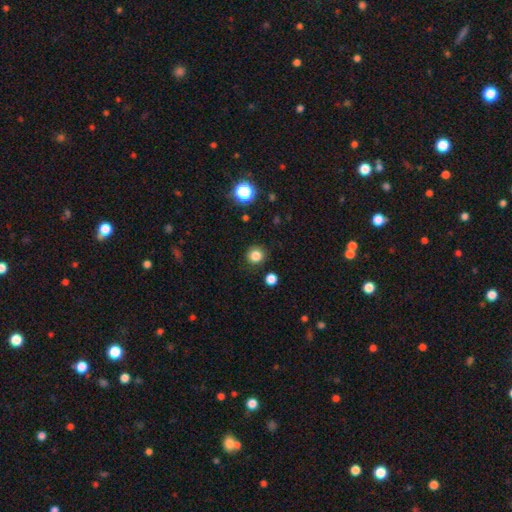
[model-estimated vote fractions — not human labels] smooth 83%, star or artifact 13%, featured or disk 4%. Down the decision tree: how rounded — round (93%); merging — none (89%).